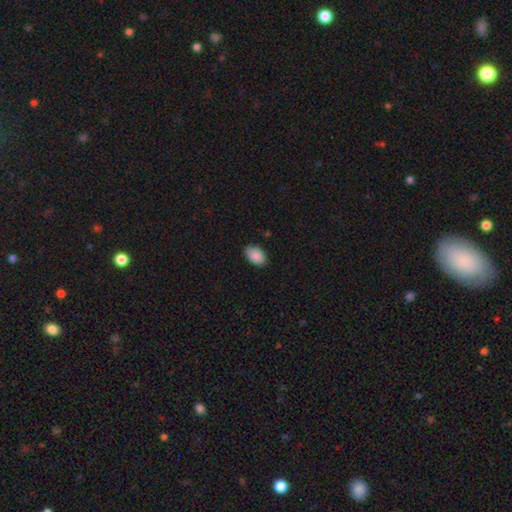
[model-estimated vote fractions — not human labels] smooth-or-featured: smooth: 89% | star or artifact: 7% | featured or disk: 4%
  how-rounded: in between: 88% | round: 11% | cigar-shaped: 1%
  merging: none: 80% | minor disturbance: 16% | major disturbance: 3% | merger: 1%